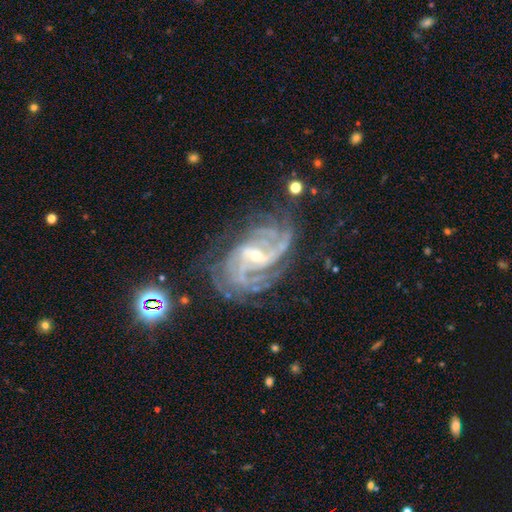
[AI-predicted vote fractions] A featured or disk galaxy (89%) with a weak bar (49%), tight (45%) spiral arms (97%) and a small central bulge (64%).

Vote fractions:
- Smooth or featured? featured or disk: 89% / star or artifact: 7% / smooth: 4%
- Edge-on disk? no: 97% / yes: 3%
- Bar? weak: 49% / no: 26% / strong: 25%
- Spiral arms? yes: 97% / no: 3%
- Spiral winding? tight: 45% / medium: 42% / loose: 13%
- Spiral arm count? can't tell: 25% / 2: 23% / 3: 20% / 4: 17% / more than 4: 8% / 1: 7%
- Bulge size? small: 64% / moderate: 31% / none: 3% / large: 2% / dominant: 1%
- Merging? none: 62% / minor disturbance: 20% / major disturbance: 15% / merger: 3%